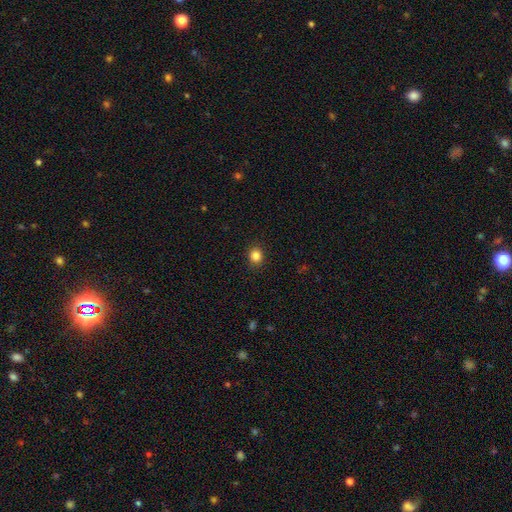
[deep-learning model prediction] Morphology: type=smooth (85%); roundness=round (77%); merging=none (90%).